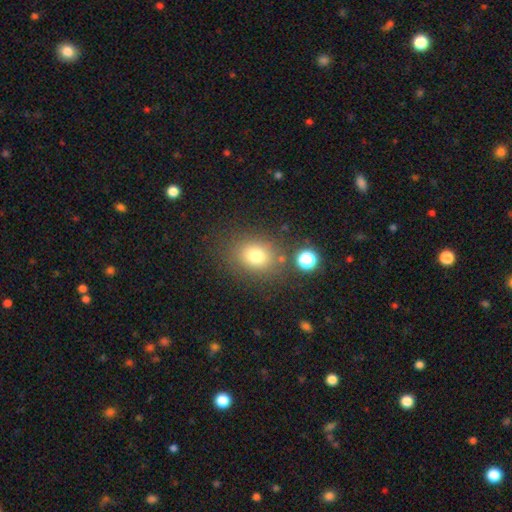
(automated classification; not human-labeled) Smooth or featured? smooth (76%)
How rounded? round (57%)
Merging? none (77%)